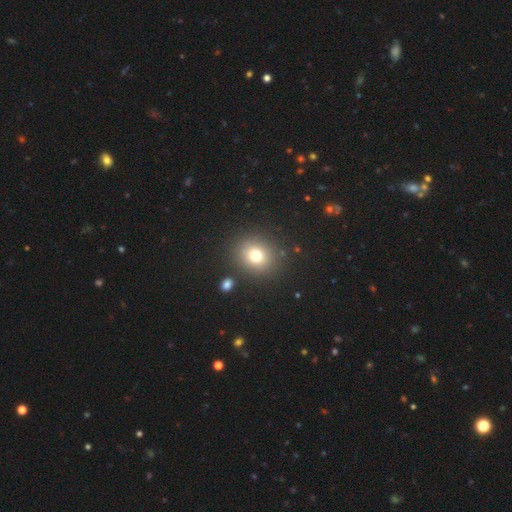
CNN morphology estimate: Smooth or featured? Predicted: smooth (p=0.74). How rounded? Predicted: round (p=0.78). Merging? Predicted: none (p=0.86).